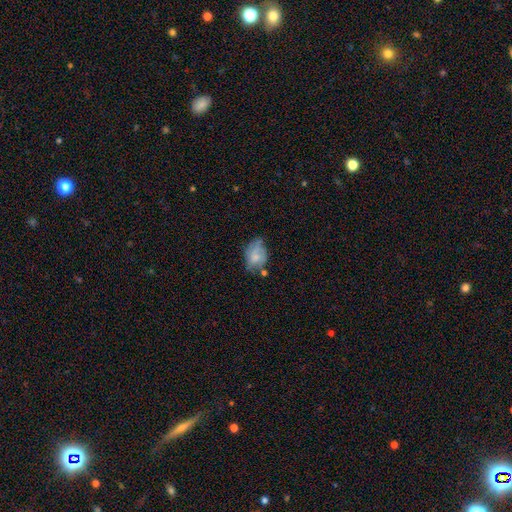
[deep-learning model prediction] Q: Smooth or featured?
A: smooth (60%); runner-up: featured or disk (30%)
Q: How rounded?
A: in between (76%); runner-up: round (22%)
Q: Merging?
A: none (41%); runner-up: minor disturbance (35%)